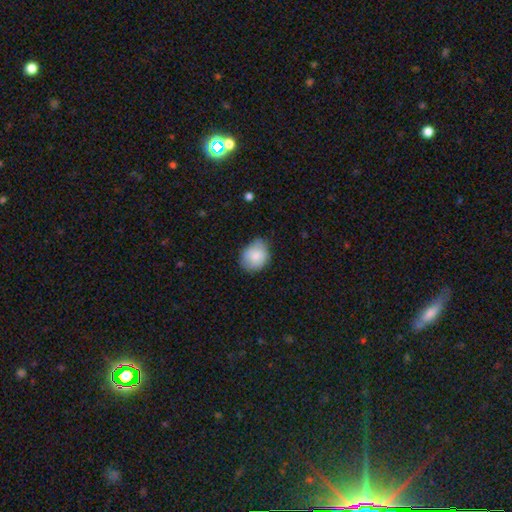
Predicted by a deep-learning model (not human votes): Smooth or featured: smooth — 80% (featured or disk — 13%)
How rounded: round — 51% (in between — 48%)
Merging: none — 64% (minor disturbance — 29%)